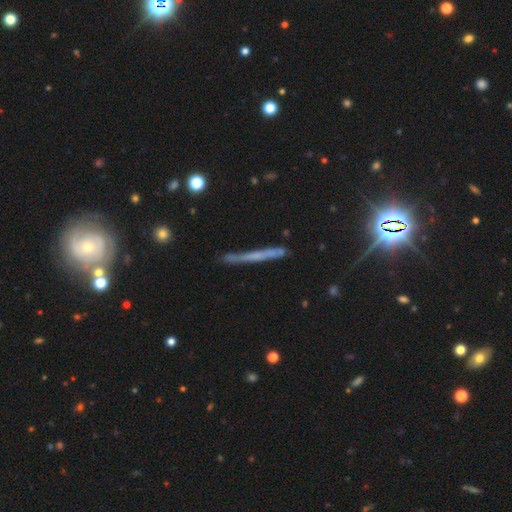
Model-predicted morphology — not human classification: The model was most divided on "smooth or featured": featured or disk: 46%, smooth: 43%, star or artifact: 11%. More confident: merging — none (77%).